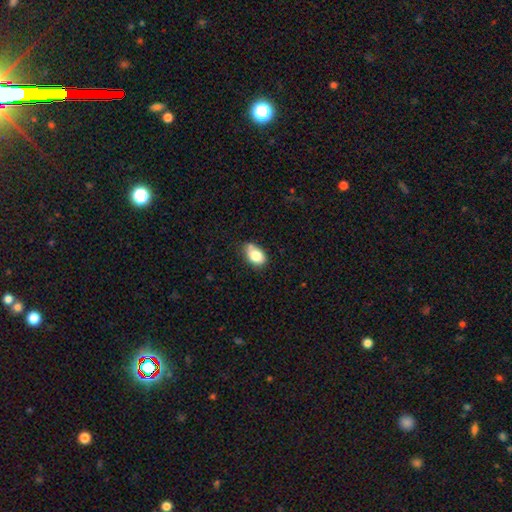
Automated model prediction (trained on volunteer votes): A smooth galaxy with no disk features (82%) that is in between round and cigar-shaped (81%). Merging: none (56%).